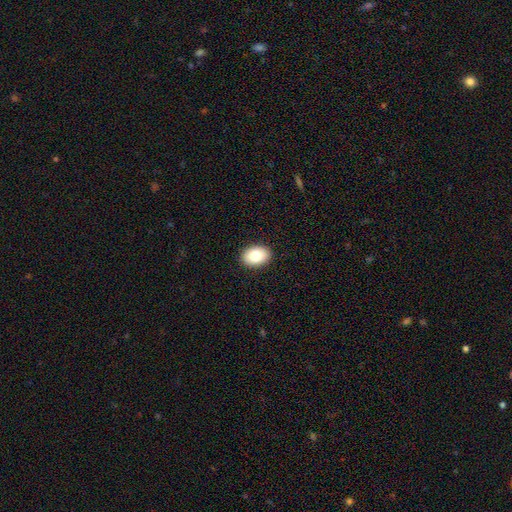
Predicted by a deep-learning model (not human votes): Overall: smooth (81%). How rounded: in between (83%). Merging: none (91%).